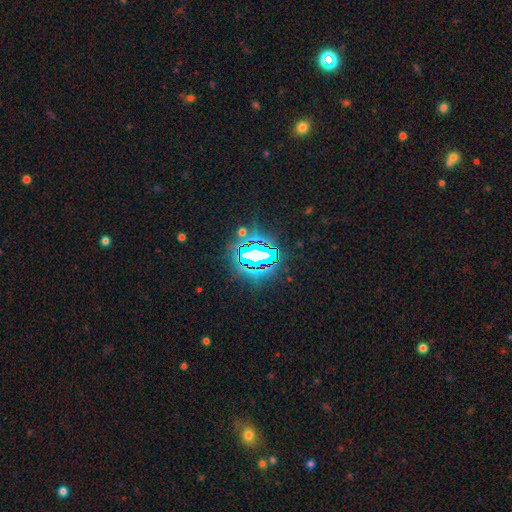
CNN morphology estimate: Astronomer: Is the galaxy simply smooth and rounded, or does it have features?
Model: star or artifact — 74%.